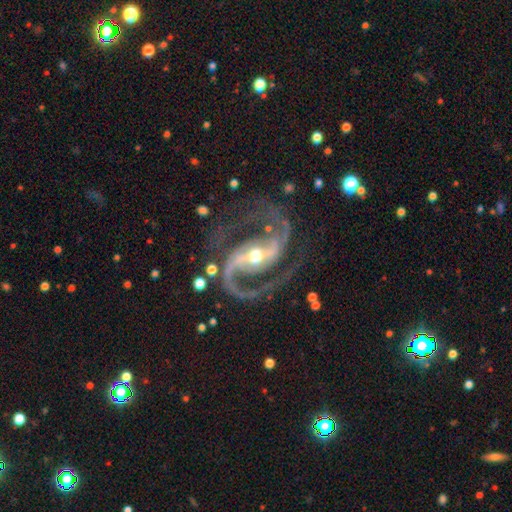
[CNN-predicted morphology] Smooth or featured: featured or disk — 93% (star or artifact — 4%)
Edge-on disk: no — 98% (yes — 2%)
Bar: strong — 60% (weak — 28%)
Spiral arms: yes — 98% (no — 2%)
Spiral winding: medium — 62% (loose — 24%)
Spiral arm count: 2 — 93% (3 — 2%)
Bulge size: moderate — 65% (small — 28%)
Merging: none — 76% (minor disturbance — 13%)